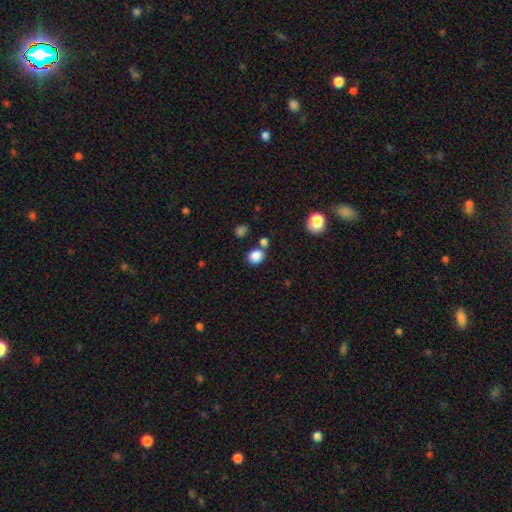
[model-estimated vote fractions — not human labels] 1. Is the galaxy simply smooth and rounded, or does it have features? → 85% smooth, 11% star or artifact, 4% featured or disk.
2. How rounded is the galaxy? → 65% round, 34% in between, 1% cigar-shaped.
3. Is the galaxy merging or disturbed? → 69% none, 16% merger, 12% minor disturbance, 4% major disturbance.